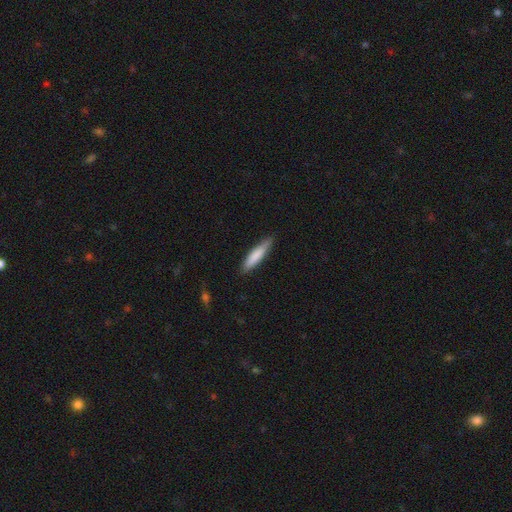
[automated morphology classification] Smooth or featured? Predicted: smooth (p=0.80). How rounded? Predicted: cigar-shaped (p=0.83). Merging? Predicted: none (p=0.85).